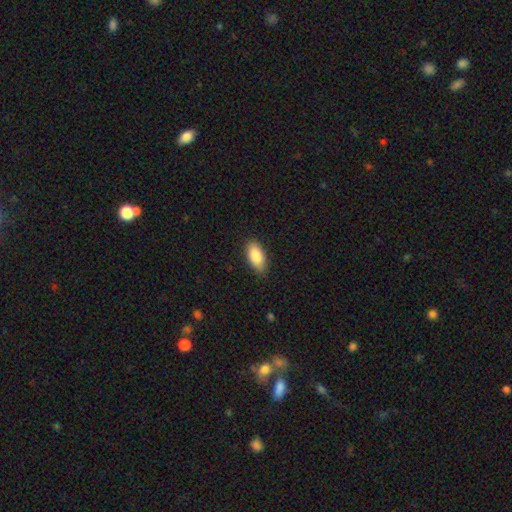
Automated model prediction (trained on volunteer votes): Q: Smooth or featured?
A: smooth (87%); runner-up: featured or disk (7%)
Q: How rounded?
A: in between (91%); runner-up: cigar-shaped (7%)
Q: Merging?
A: none (85%); runner-up: minor disturbance (12%)